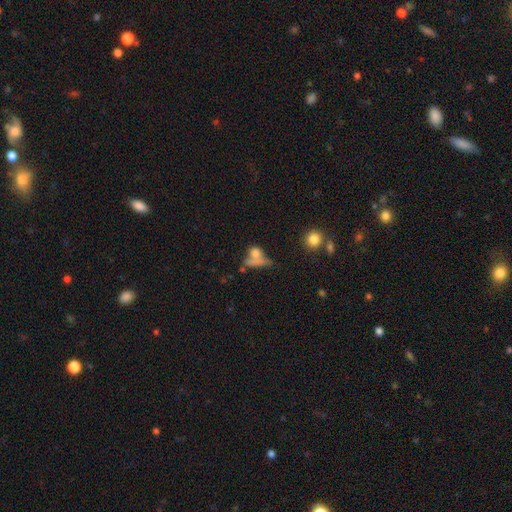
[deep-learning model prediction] Smooth or featured: smooth — 64% (featured or disk — 21%)
How rounded: round — 53% (in between — 34%)
Merging: none — 35% (merger — 33%)